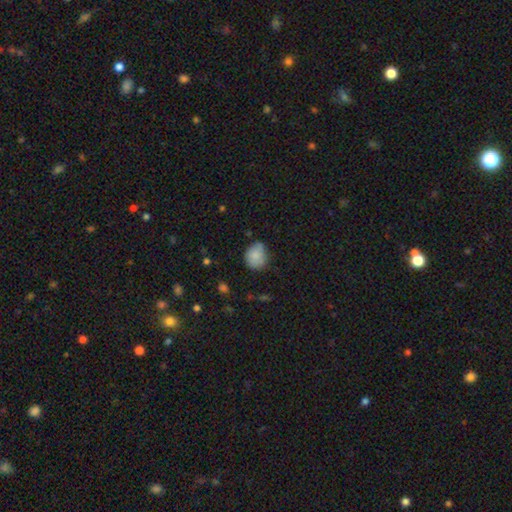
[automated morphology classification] A smooth galaxy with no disk features (82%) that is round (58%). Merging: none (57%).